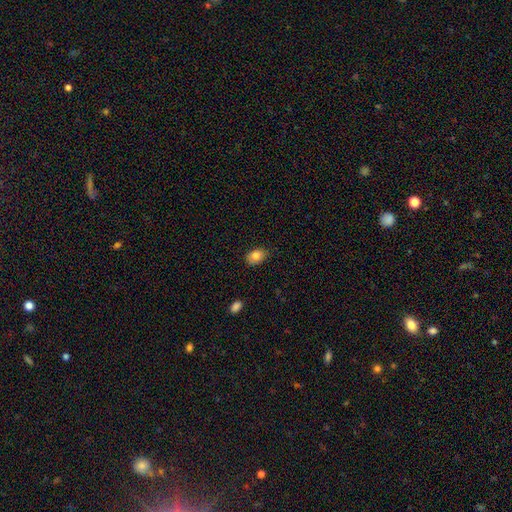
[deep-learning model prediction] A smooth galaxy with no disk features (85%) that is in between round and cigar-shaped (80%). Merging: none (81%).